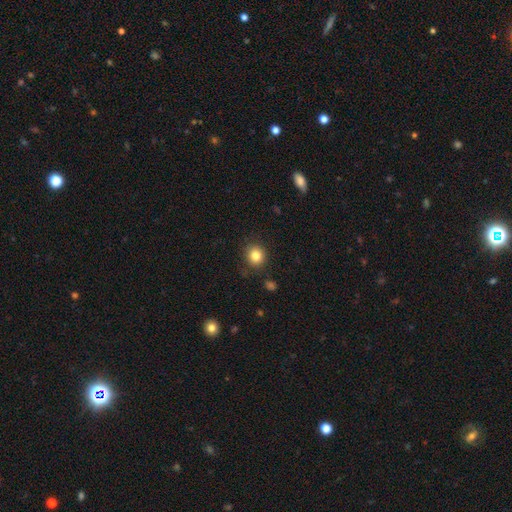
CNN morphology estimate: A smooth galaxy with no disk features (83%) that is round (86%). Merging: none (87%).